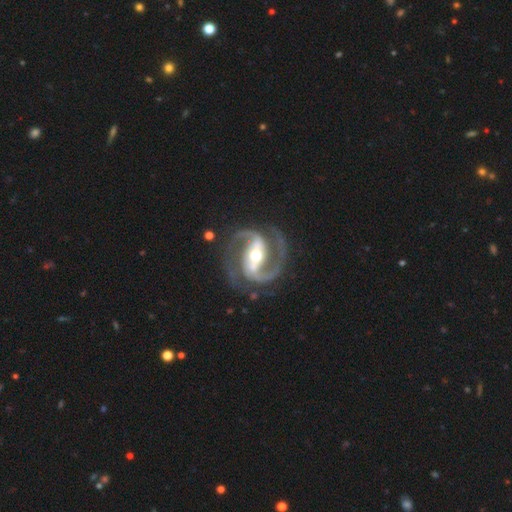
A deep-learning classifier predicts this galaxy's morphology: Q: Smooth or featured?
A: featured or disk (94%); runner-up: star or artifact (4%)
Q: Edge-on disk?
A: no (98%); runner-up: yes (2%)
Q: Bar?
A: strong (59%); runner-up: weak (26%)
Q: Spiral arms?
A: yes (98%); runner-up: no (2%)
Q: Spiral winding?
A: medium (64%); runner-up: tight (22%)
Q: Spiral arm count?
A: 2 (94%); runner-up: 3 (2%)
Q: Bulge size?
A: moderate (69%); runner-up: small (20%)
Q: Merging?
A: none (81%); runner-up: minor disturbance (12%)